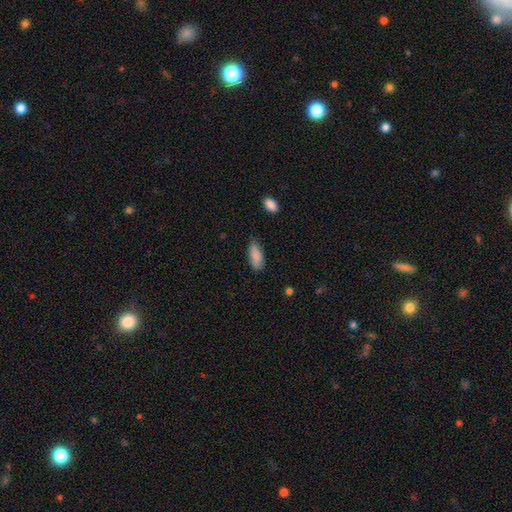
This is clearly a smooth galaxy (92%). How rounded: clearly in between (94%). Merging: likely minor disturbance (61%).